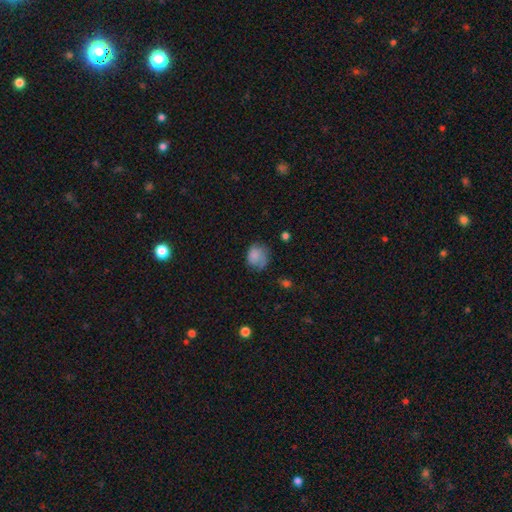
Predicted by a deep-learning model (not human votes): The model was most divided on "merging": none: 49%, minor disturbance: 31%, major disturbance: 18%, merger: 3%. More confident: smooth or featured — smooth (72%); how rounded — round (60%).